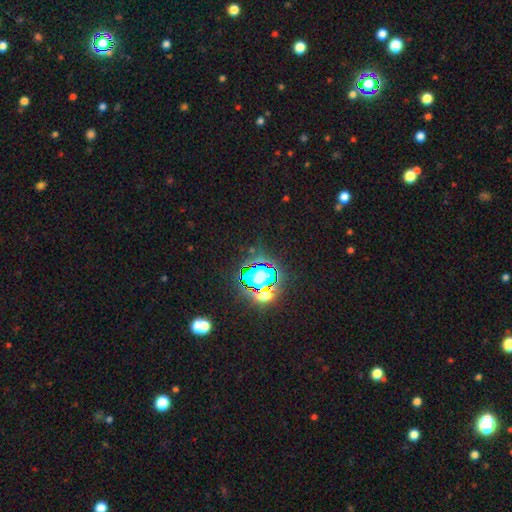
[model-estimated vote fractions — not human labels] A star or artifact, not a galaxy (81%).

Vote fractions:
- Smooth or featured? star or artifact: 81% / smooth: 12% / featured or disk: 8%